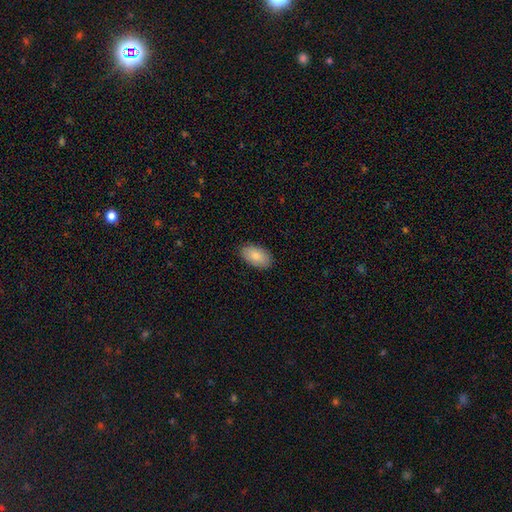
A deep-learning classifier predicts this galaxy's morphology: smooth-or-featured: smooth: 88% | featured or disk: 6% | star or artifact: 6%
  how-rounded: in between: 95% | round: 3% | cigar-shaped: 2%
  merging: none: 88% | minor disturbance: 9% | major disturbance: 2% | merger: 1%